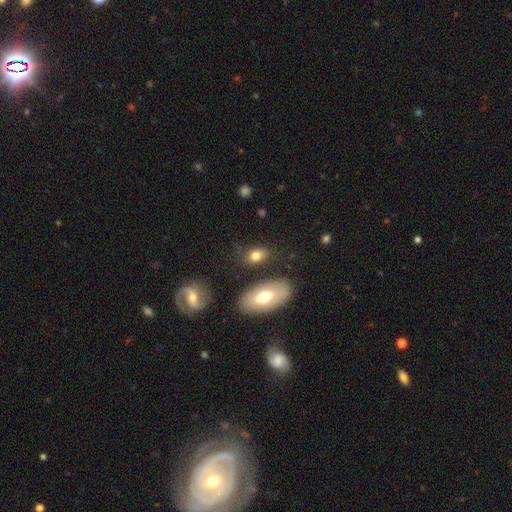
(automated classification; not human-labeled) Overall: smooth (75%). How rounded: in between (82%). Merging: none (70%).